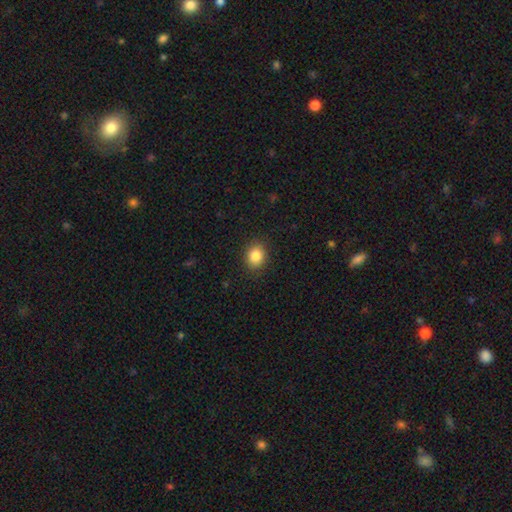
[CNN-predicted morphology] This is clearly a smooth galaxy (85%). How rounded: likely round (61%). Merging: clearly none (89%).